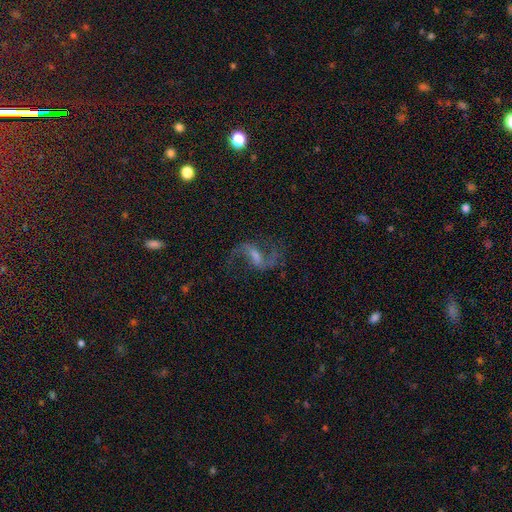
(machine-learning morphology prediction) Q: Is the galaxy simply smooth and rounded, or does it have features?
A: featured or disk — 84%.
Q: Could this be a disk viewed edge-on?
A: no — 96%.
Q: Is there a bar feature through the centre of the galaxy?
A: weak — 48%.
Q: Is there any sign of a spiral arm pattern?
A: yes — 95%.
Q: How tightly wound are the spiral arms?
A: loose — 77%.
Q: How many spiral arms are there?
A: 2 — 92%.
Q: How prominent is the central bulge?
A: small — 43%.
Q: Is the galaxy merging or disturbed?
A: none — 73%.